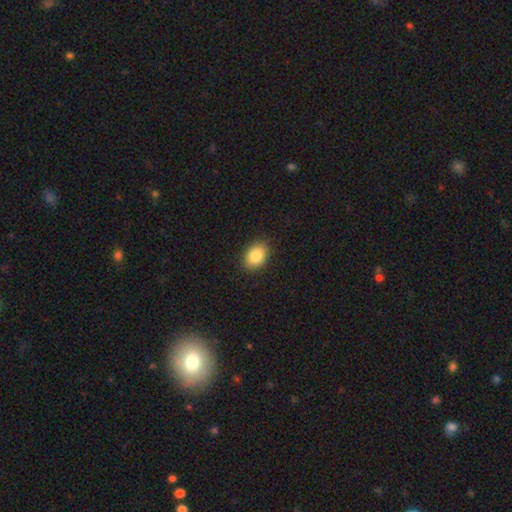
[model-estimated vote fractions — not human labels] Smooth or featured: smooth — 86% (star or artifact — 8%)
How rounded: in between — 76% (round — 23%)
Merging: none — 89% (minor disturbance — 8%)